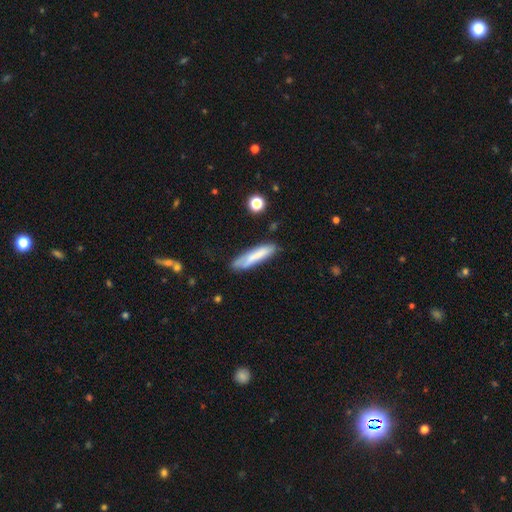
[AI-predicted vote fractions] smooth_or_featured: smooth (p=0.70) [alt: featured or disk p=0.23]
how_rounded: cigar-shaped (p=0.84) [alt: in between p=0.15]
merging: none (p=0.73) [alt: minor disturbance p=0.19]